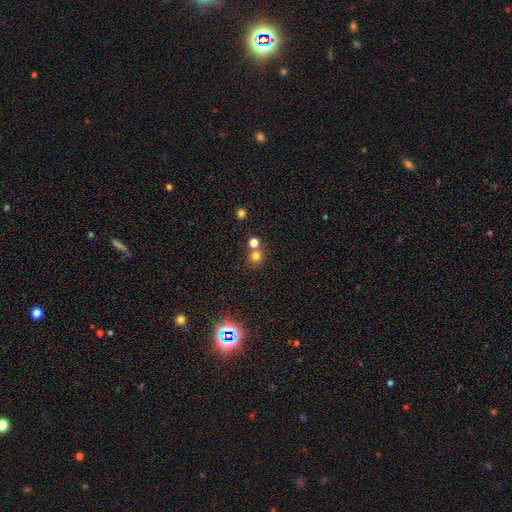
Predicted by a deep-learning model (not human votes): A smooth galaxy with no disk features (73%) that is round (89%). Merging: none (58%).